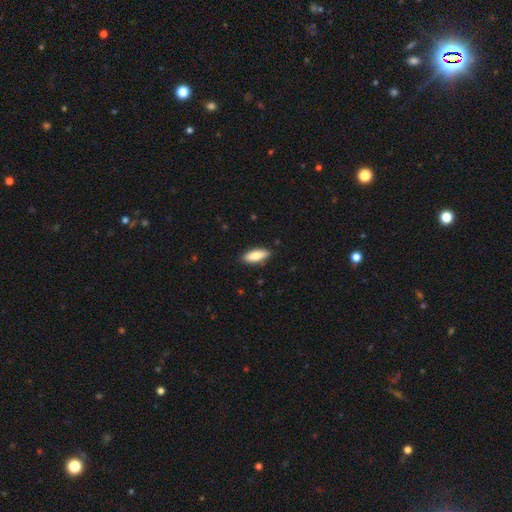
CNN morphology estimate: Smooth or featured: smooth — 82% (featured or disk — 13%)
How rounded: in between — 67% (cigar-shaped — 31%)
Merging: none — 88% (minor disturbance — 9%)